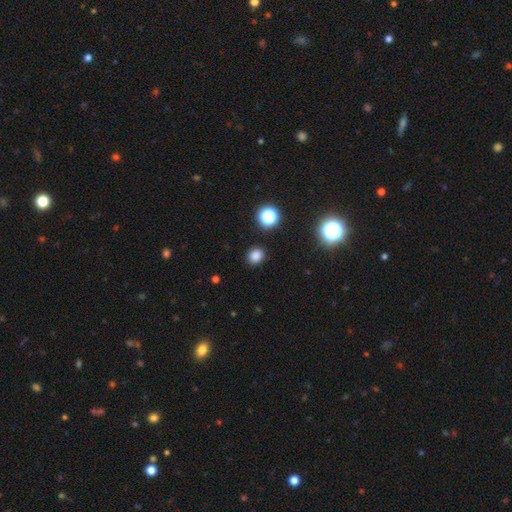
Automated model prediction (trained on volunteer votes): Morphology: type=smooth (80%); roundness=round (73%); merging=none (89%).